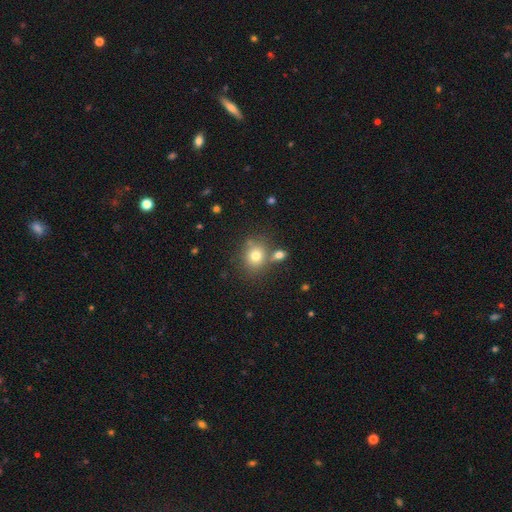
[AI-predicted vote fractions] Smooth or featured? Predicted: smooth (p=0.77). How rounded? Predicted: round (p=0.65). Merging? Predicted: none (p=0.63).